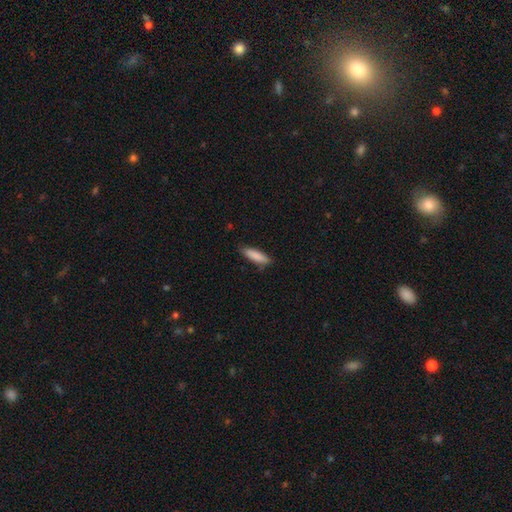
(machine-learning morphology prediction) Smooth or featured? smooth (87%)
How rounded? cigar-shaped (63%)
Merging? none (81%)